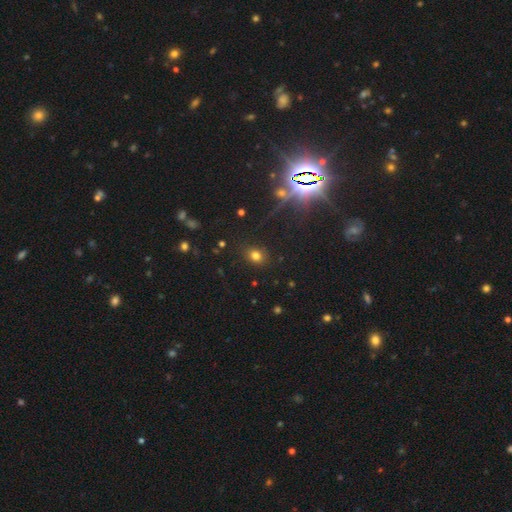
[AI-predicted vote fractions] Q: Smooth or featured?
A: smooth (75%); runner-up: star or artifact (18%)
Q: How rounded?
A: round (60%); runner-up: in between (39%)
Q: Merging?
A: none (85%); runner-up: minor disturbance (10%)